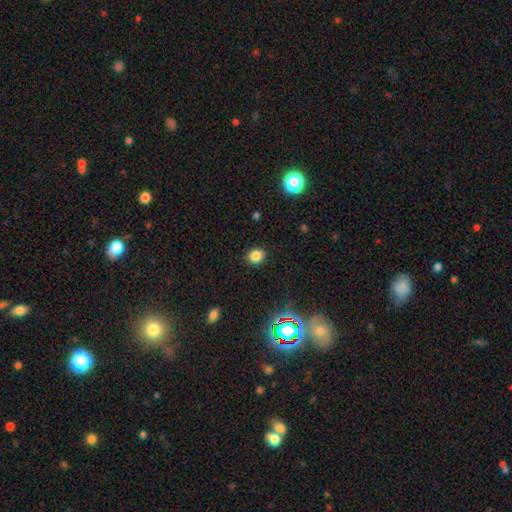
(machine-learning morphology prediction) Overall: smooth (81%). How rounded: round (72%). Merging: none (90%).